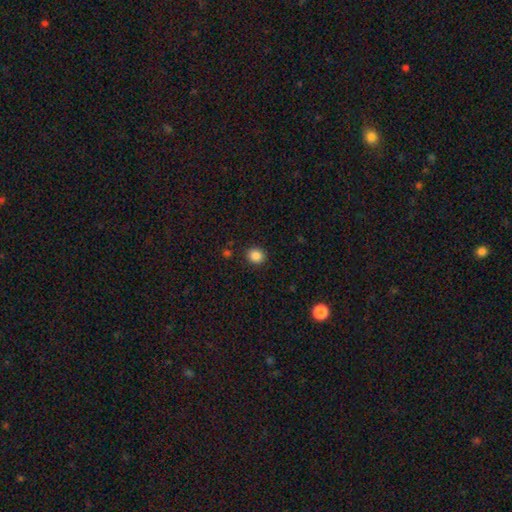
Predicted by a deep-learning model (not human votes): Smooth or featured?
  - smooth: 86% *
  - star or artifact: 11%
  - featured or disk: 4%
How rounded?
  - round: 79% *
  - in between: 20%
  - cigar-shaped: 1%
Merging?
  - none: 89% *
  - minor disturbance: 7%
  - major disturbance: 2%
  - merger: 2%